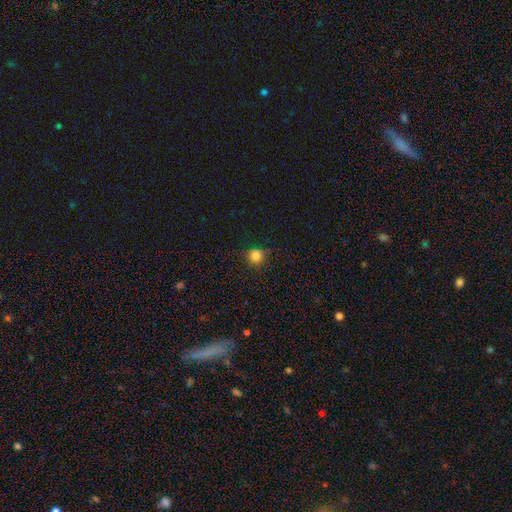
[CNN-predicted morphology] A smooth galaxy with no disk features (81%) that is round (92%). Merging: none (82%).